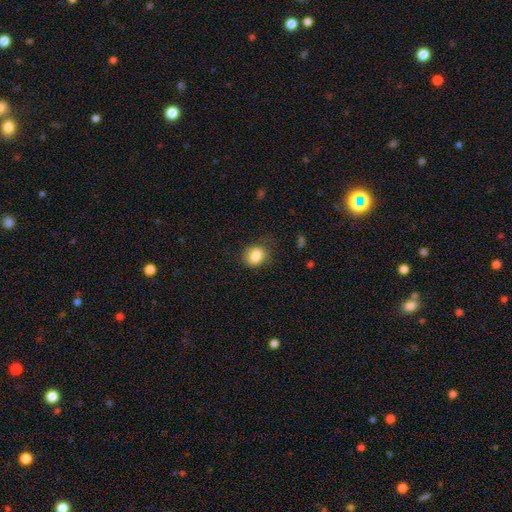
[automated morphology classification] Smooth or featured? smooth (85%)
How rounded? round (67%)
Merging? none (71%)